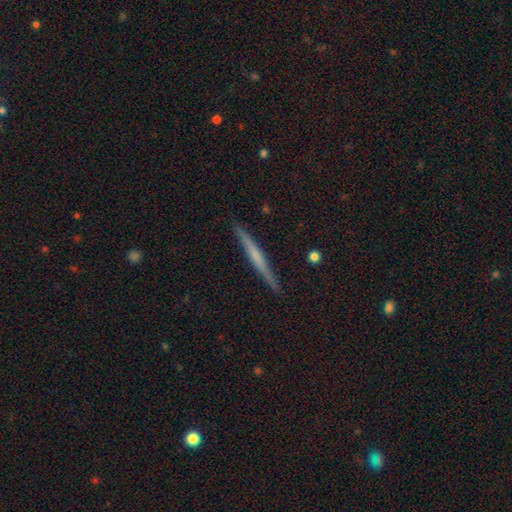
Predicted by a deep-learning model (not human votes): Q: Smooth or featured?
A: featured or disk (55%); runner-up: smooth (38%)
Q: Edge-on disk?
A: yes (97%); runner-up: no (3%)
Q: Edge-on bulge?
A: none (67%); runner-up: rounded (22%)
Q: Merging?
A: none (91%); runner-up: minor disturbance (7%)